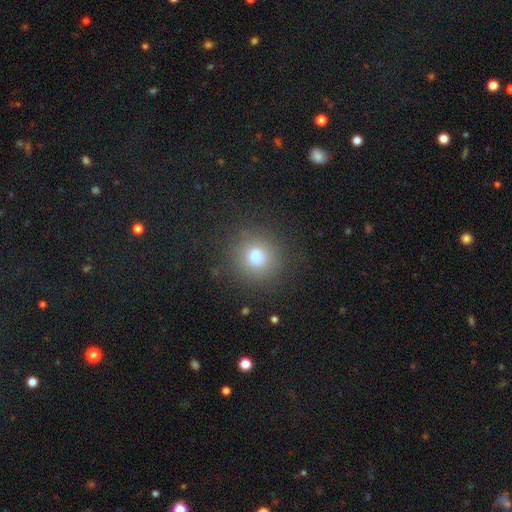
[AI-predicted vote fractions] smooth_or_featured: smooth (p=0.75) [alt: star or artifact p=0.15]
how_rounded: round (p=0.90) [alt: in between p=0.09]
merging: none (p=0.86) [alt: minor disturbance p=0.08]